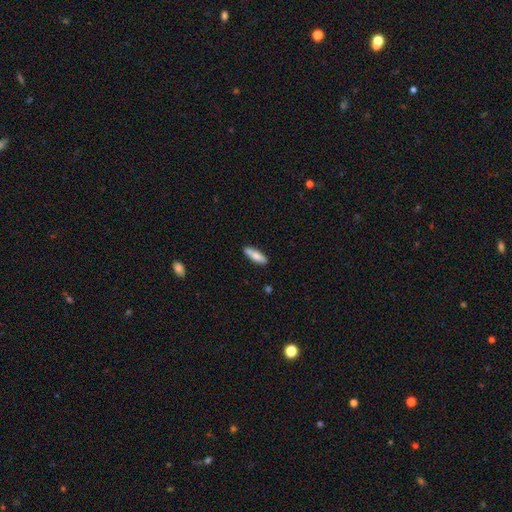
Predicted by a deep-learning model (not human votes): smooth-or-featured: smooth: 73% | featured or disk: 21% | star or artifact: 6%
  how-rounded: cigar-shaped: 57% | in between: 41% | round: 2%
  merging: none: 79% | minor disturbance: 14% | merger: 4% | major disturbance: 2%